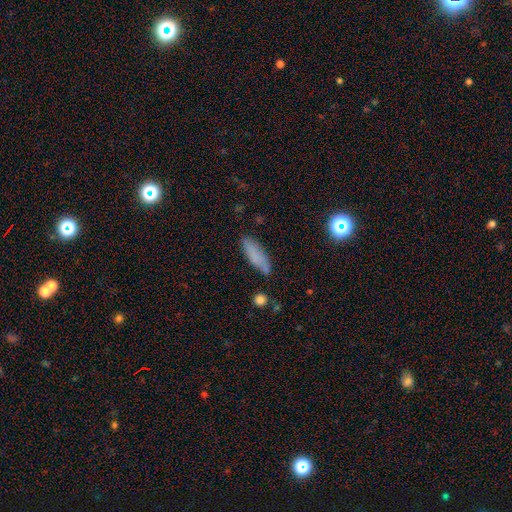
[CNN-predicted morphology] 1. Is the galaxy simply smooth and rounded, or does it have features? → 77% smooth, 12% featured or disk, 11% star or artifact.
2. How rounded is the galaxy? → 53% cigar-shaped, 45% in between, 2% round.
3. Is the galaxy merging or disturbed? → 75% none, 18% minor disturbance, 4% major disturbance, 4% merger.